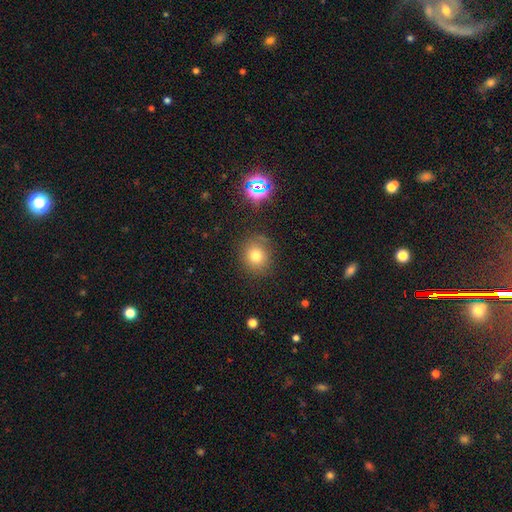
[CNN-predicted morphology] smooth_or_featured: smooth (p=0.73) [alt: star or artifact p=0.17]
how_rounded: round (p=0.82) [alt: in between p=0.17]
merging: none (p=0.81) [alt: minor disturbance p=0.12]